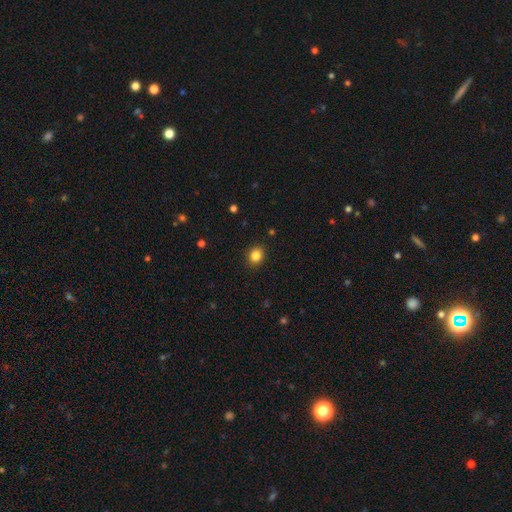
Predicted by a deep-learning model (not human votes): The model was most divided on "how rounded": round: 69%, in between: 31%, cigar-shaped: 1%. More confident: merging — none (90%); smooth or featured — smooth (85%).